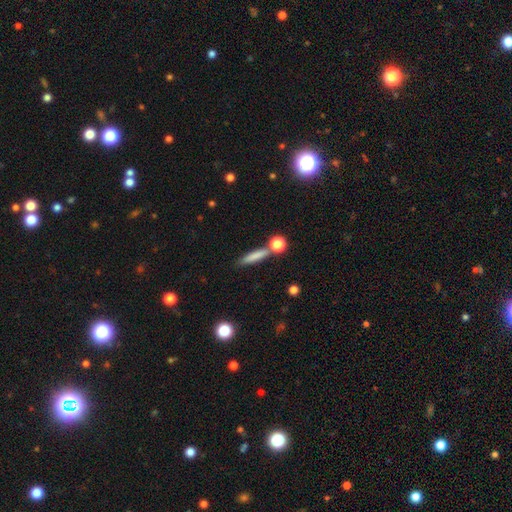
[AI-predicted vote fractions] A smooth galaxy with no disk features (76%) that is cigar-shaped (80%). Merging: none (71%).